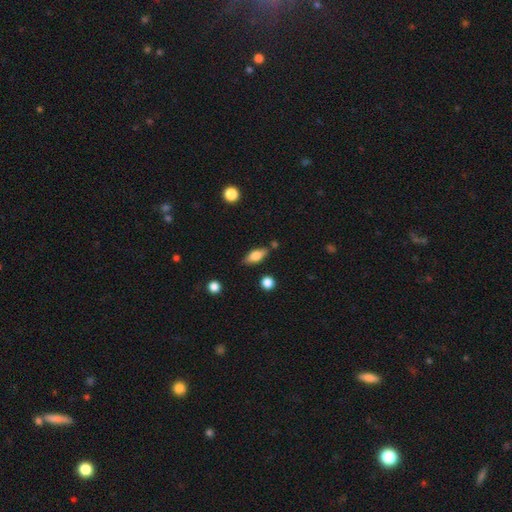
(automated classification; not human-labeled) This is likely a smooth galaxy (70%). How rounded: likely in between (75%). Merging: likely none (76%).